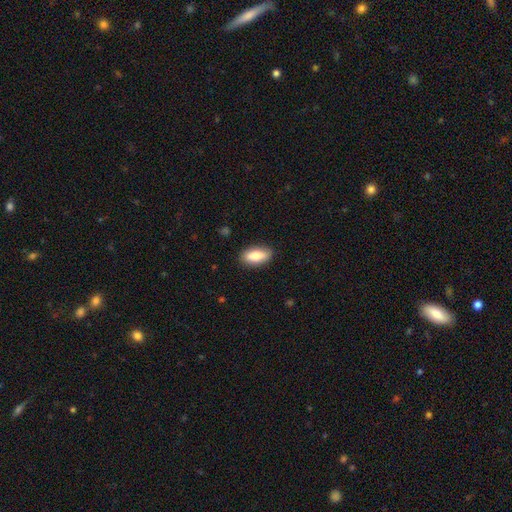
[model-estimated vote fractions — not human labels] Smooth or featured? smooth (78%)
How rounded? in between (86%)
Merging? none (87%)